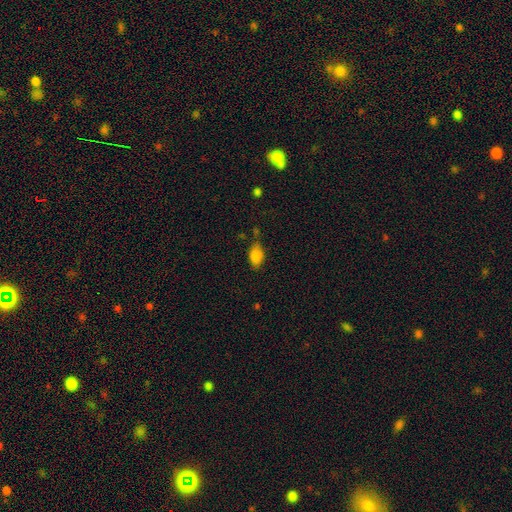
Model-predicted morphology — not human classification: This appears to be a smooth galaxy with no disk features (84%) that is in between round and cigar-shaped (88%). Merging: none (62%).